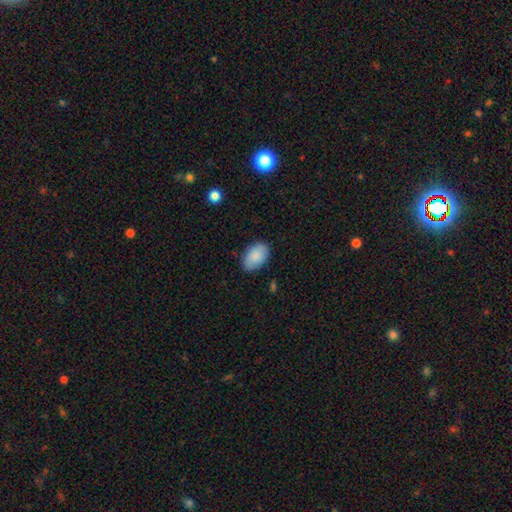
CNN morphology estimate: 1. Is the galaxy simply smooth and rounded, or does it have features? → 88% smooth, 6% star or artifact, 6% featured or disk.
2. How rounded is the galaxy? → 90% in between, 8% round, 1% cigar-shaped.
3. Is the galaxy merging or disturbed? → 84% none, 12% minor disturbance, 3% major disturbance, 1% merger.